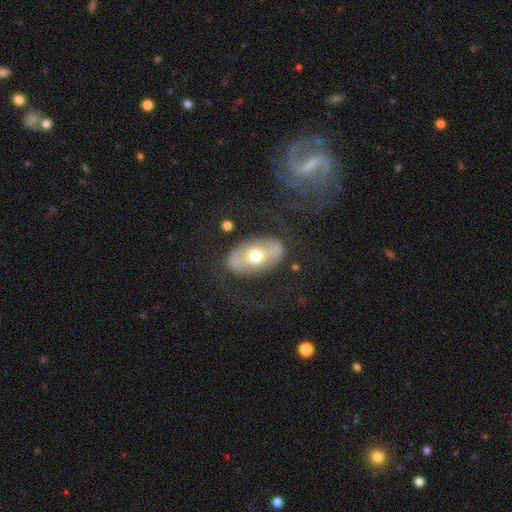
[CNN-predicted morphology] Q: Smooth or featured?
A: featured or disk (59%); runner-up: smooth (35%)
Q: Edge-on disk?
A: no (90%); runner-up: yes (10%)
Q: Bar?
A: no (40%); runner-up: strong (34%)
Q: Spiral arms?
A: no (60%); runner-up: yes (40%)
Q: Bulge size?
A: moderate (72%); runner-up: large (19%)
Q: Merging?
A: none (71%); runner-up: major disturbance (13%)